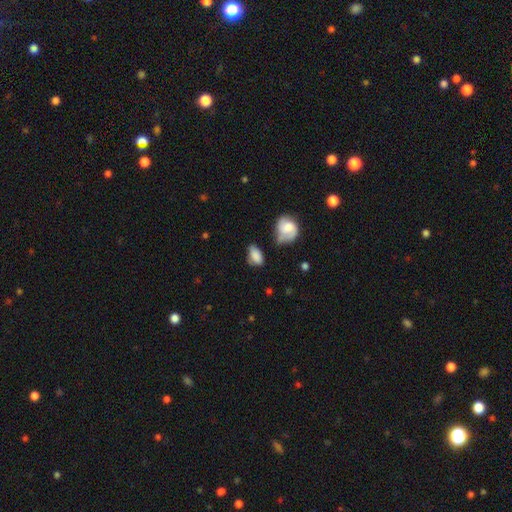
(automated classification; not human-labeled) Overall: smooth (77%). How rounded: in between (86%). Merging: none (48%; minor disturbance 31%).